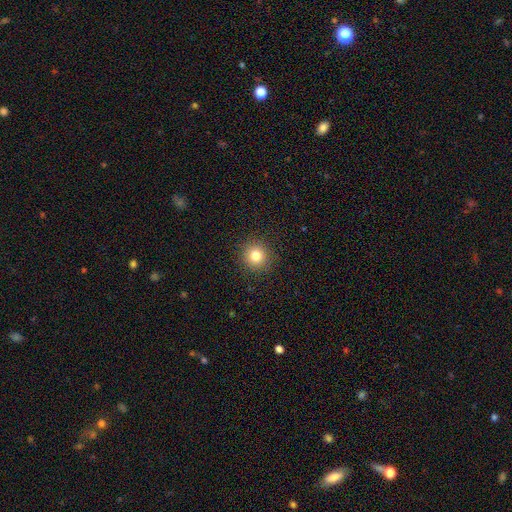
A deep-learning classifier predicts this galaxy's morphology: smooth_or_featured: smooth (p=0.81) [alt: star or artifact p=0.13]
how_rounded: round (p=0.94) [alt: in between p=0.05]
merging: none (p=0.91) [alt: minor disturbance p=0.06]